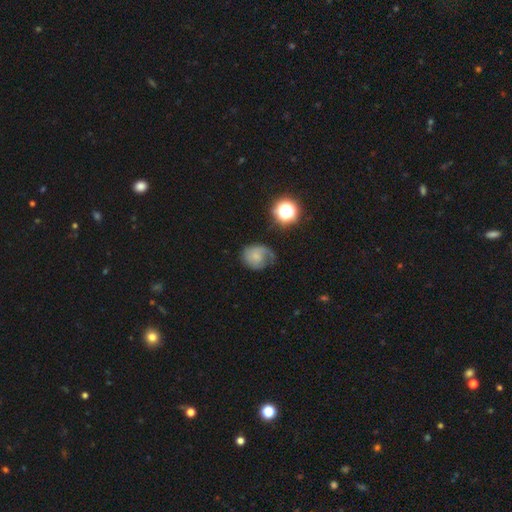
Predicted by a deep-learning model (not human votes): Q: Smooth or featured?
A: smooth (45%); runner-up: featured or disk (43%)
Q: Merging?
A: none (36%); runner-up: major disturbance (32%)